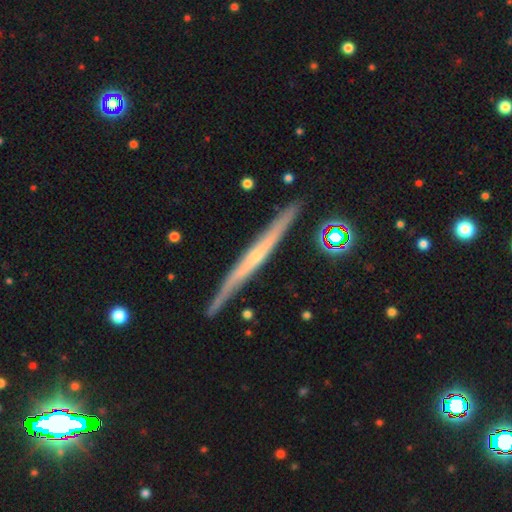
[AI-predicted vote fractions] A featured or disk galaxy (75%) viewed edge-on (96%) with no central bulge (50%). Merging: none (87%).